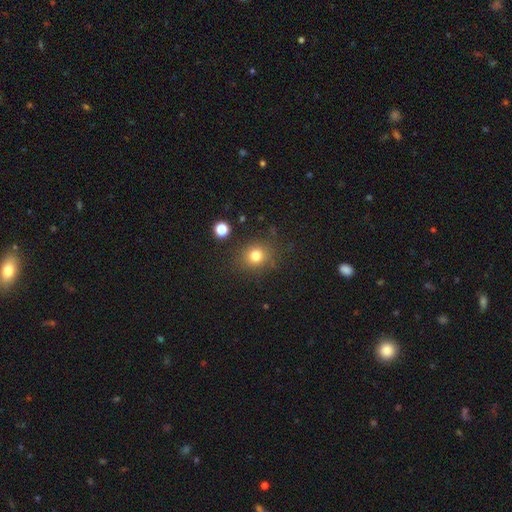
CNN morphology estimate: A smooth galaxy with no disk features (79%) that is round (80%).

Vote fractions:
- Smooth or featured? smooth: 79% / star or artifact: 14% / featured or disk: 7%
- How rounded? round: 80% / in between: 19% / cigar-shaped: 1%
- Merging? none: 83% / minor disturbance: 11% / major disturbance: 4% / merger: 3%